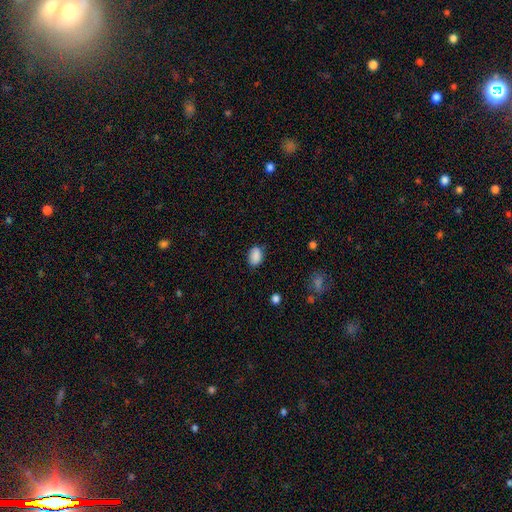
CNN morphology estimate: The model was most divided on "merging": none: 80%, minor disturbance: 16%, major disturbance: 3%, merger: 1%. More confident: smooth or featured — smooth (88%); how rounded — in between (82%).